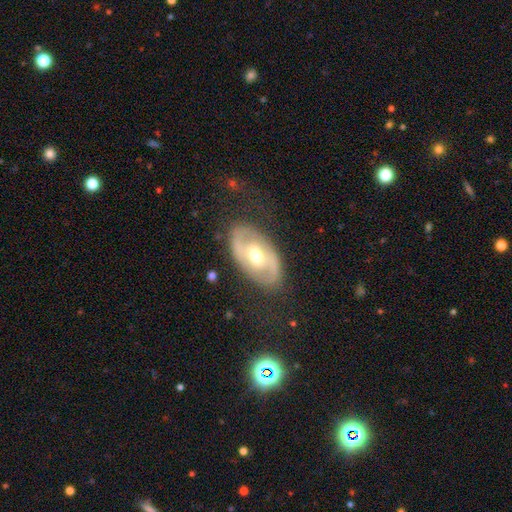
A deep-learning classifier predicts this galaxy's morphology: A featured or disk galaxy (72%) with a weak bar (40%), spiral arms (67%) and a moderate central bulge (71%). Merging: none (77%).